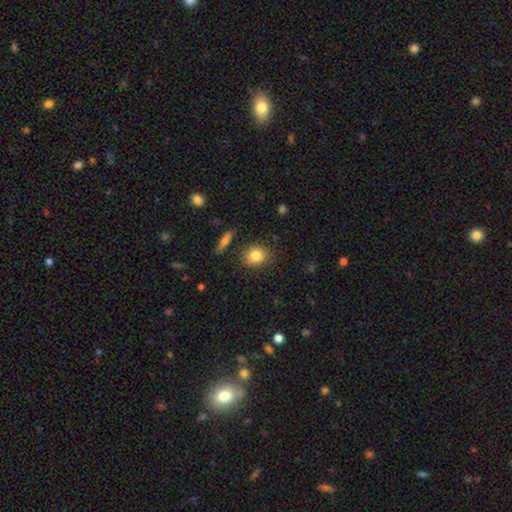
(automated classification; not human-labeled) This appears to be a smooth galaxy with no disk features (83%) that is round (61%). Merging: none (82%).